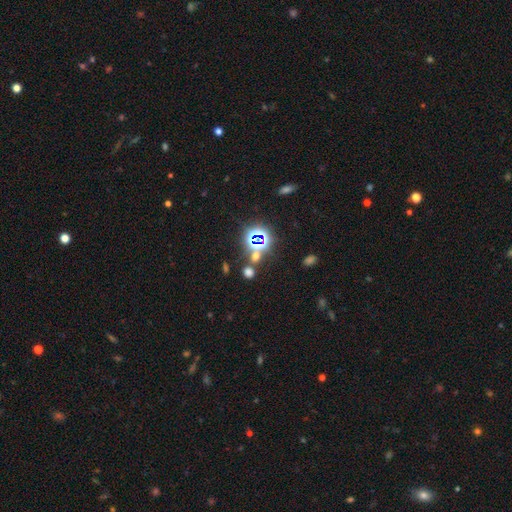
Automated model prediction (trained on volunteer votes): Morphology: type=star or artifact (55%).